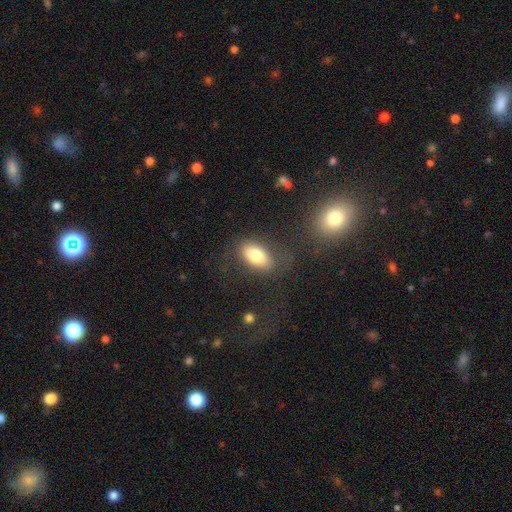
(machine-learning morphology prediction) smooth_or_featured: smooth (p=0.75) [alt: featured or disk p=0.17]
how_rounded: in between (p=0.91) [alt: round p=0.05]
merging: none (p=0.71) [alt: minor disturbance p=0.16]